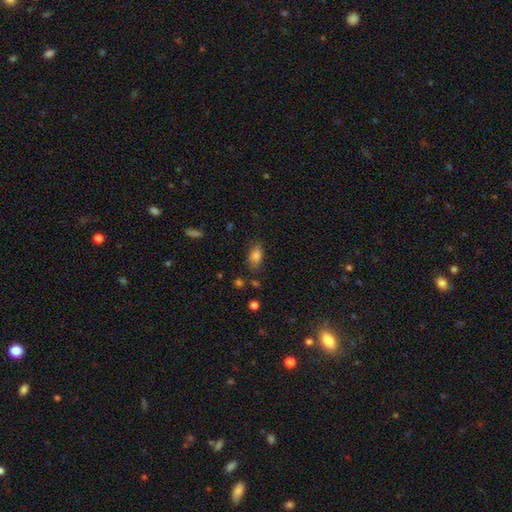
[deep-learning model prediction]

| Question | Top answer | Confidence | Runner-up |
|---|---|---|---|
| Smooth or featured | smooth | 82% | star or artifact (9%) |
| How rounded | in between | 87% | round (8%) |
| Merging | none | 74% | minor disturbance (18%) |